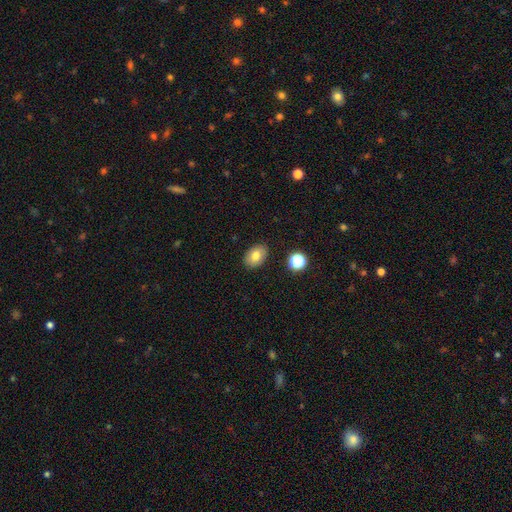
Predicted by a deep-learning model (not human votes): smooth_or_featured: smooth (p=0.78) [alt: featured or disk p=0.12]
how_rounded: in between (p=0.78) [alt: round p=0.21]
merging: none (p=0.87) [alt: minor disturbance p=0.09]